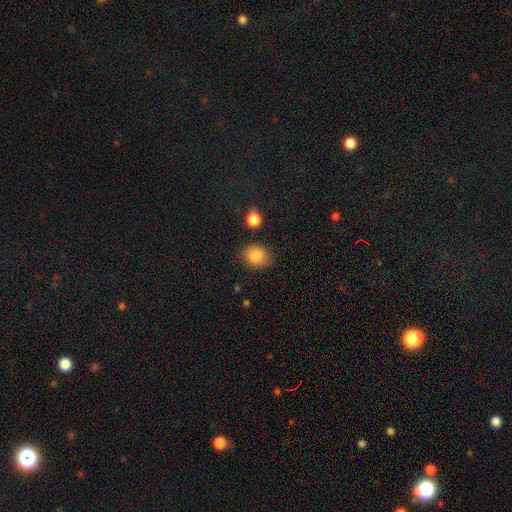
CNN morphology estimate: Overall: smooth (86%). How rounded: round (64%; in between 35%). Merging: none (80%).